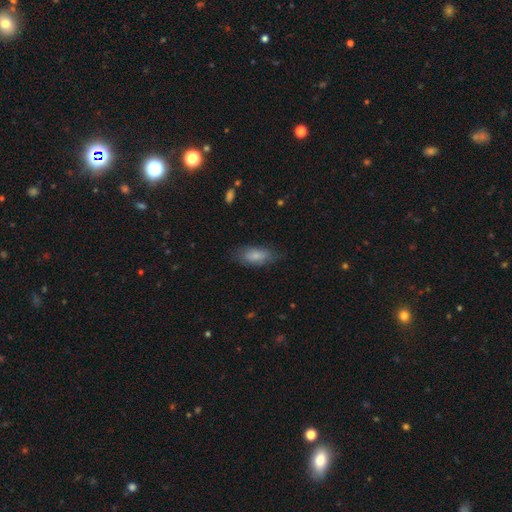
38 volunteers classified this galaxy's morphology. Overall: smooth (76%). How rounded: in between (79%). Merging: none (86%).